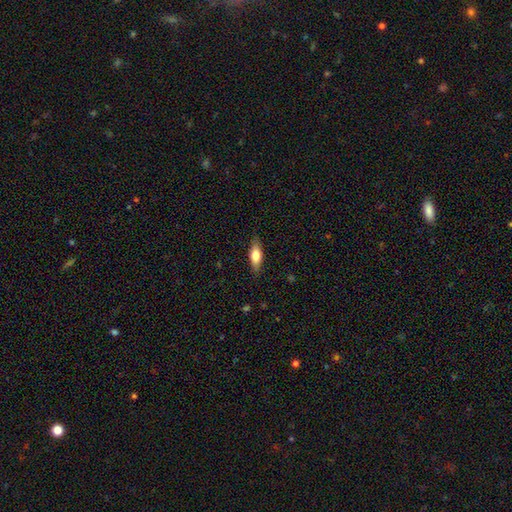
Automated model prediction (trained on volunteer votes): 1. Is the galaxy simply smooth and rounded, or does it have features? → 71% smooth, 23% featured or disk, 6% star or artifact.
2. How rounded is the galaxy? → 67% in between, 30% cigar-shaped, 3% round.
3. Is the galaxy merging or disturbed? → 84% none, 12% minor disturbance, 3% major disturbance, 1% merger.